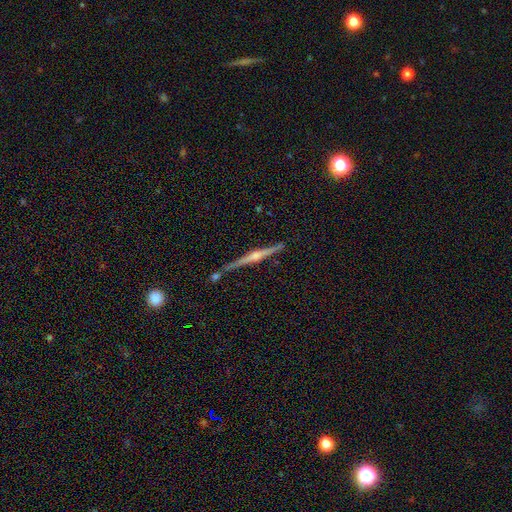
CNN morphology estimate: type=featured or disk (80%); edge-on=yes (98%); edge-on bulge=rounded (81%); merging=none (87%).